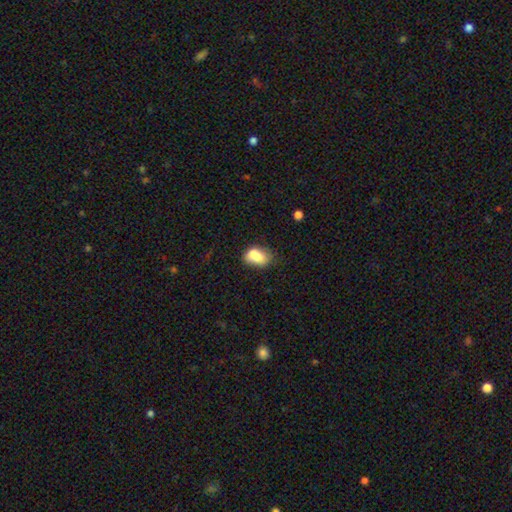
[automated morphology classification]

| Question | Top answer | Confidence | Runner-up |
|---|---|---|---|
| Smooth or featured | smooth | 76% | featured or disk (15%) |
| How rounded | in between | 81% | round (17%) |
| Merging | none | 44% | minor disturbance (24%) |